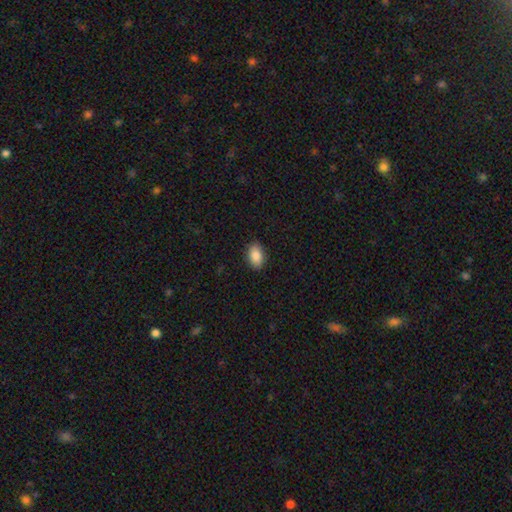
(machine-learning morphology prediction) A smooth galaxy with no disk features (88%) that is in between round and cigar-shaped (90%). Merging: none (88%).